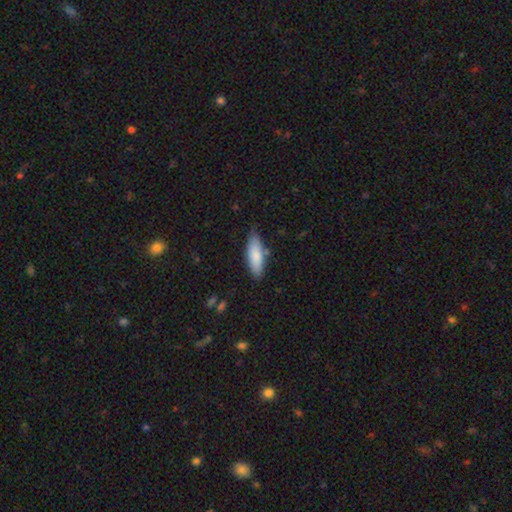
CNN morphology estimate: This appears to be a smooth galaxy with no disk features (83%) that is in between round and cigar-shaped (58%). Merging: none (77%).